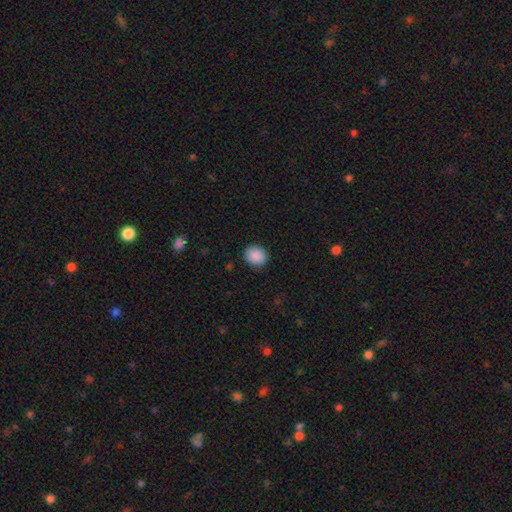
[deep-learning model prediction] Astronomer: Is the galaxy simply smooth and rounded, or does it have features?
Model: smooth — 90%.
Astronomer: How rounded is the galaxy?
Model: round — 73%.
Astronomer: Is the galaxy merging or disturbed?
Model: none — 90%.